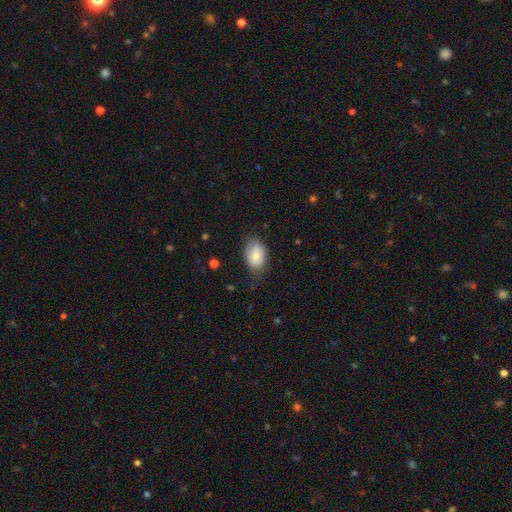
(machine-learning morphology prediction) Smooth or featured?
  - smooth: 75% *
  - featured or disk: 17%
  - star or artifact: 7%
How rounded?
  - in between: 85% *
  - round: 14%
  - cigar-shaped: 1%
Merging?
  - none: 60% *
  - minor disturbance: 30%
  - major disturbance: 8%
  - merger: 1%